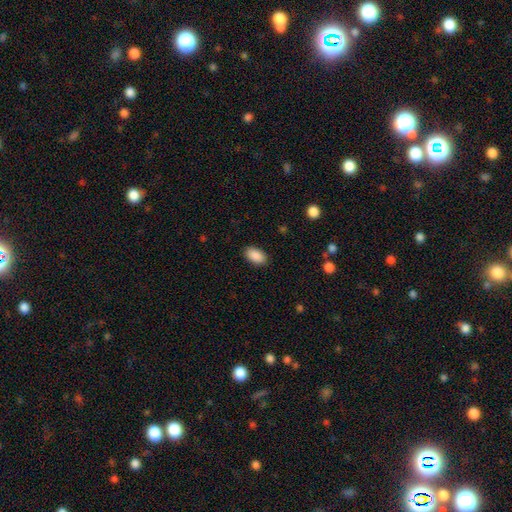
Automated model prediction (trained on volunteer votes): A smooth galaxy with no disk features (90%) that is in between round and cigar-shaped (94%).

Vote fractions:
- Smooth or featured? smooth: 90% / star or artifact: 7% / featured or disk: 3%
- How rounded? in between: 94% / round: 4% / cigar-shaped: 2%
- Merging? none: 88% / minor disturbance: 8% / major disturbance: 2% / merger: 1%